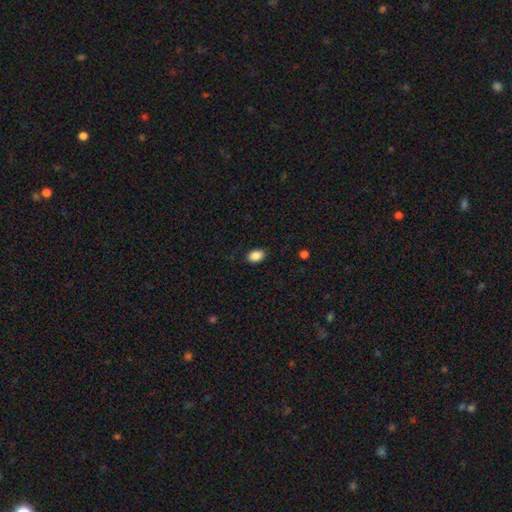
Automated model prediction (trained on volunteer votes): A smooth galaxy with no disk features (88%) that is in between round and cigar-shaped (82%).

Vote fractions:
- Smooth or featured? smooth: 88% / star or artifact: 8% / featured or disk: 3%
- How rounded? in between: 82% / round: 17% / cigar-shaped: 1%
- Merging? none: 88% / minor disturbance: 9% / major disturbance: 2% / merger: 1%